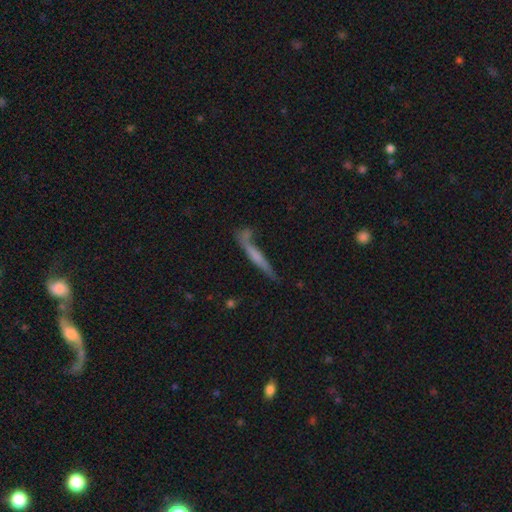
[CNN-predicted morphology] The model was most divided on "smooth or featured": smooth: 49%, featured or disk: 44%, star or artifact: 8%. More confident: merging — none (57%).